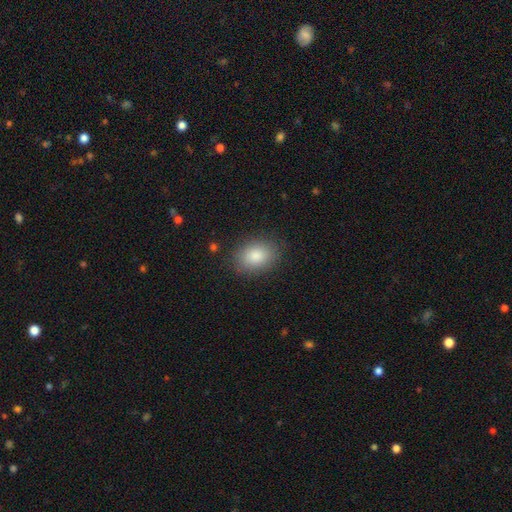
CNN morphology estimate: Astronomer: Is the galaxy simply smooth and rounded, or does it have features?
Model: smooth — 85%.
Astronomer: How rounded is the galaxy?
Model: in between — 69%.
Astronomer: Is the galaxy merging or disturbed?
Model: none — 84%.